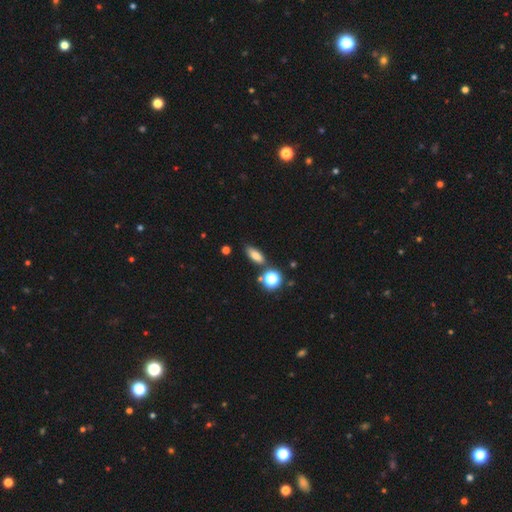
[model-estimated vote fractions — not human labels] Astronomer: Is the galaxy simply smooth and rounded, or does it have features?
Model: smooth — 75%.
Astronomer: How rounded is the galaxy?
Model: in between — 65%.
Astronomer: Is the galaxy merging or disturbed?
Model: none — 76%.